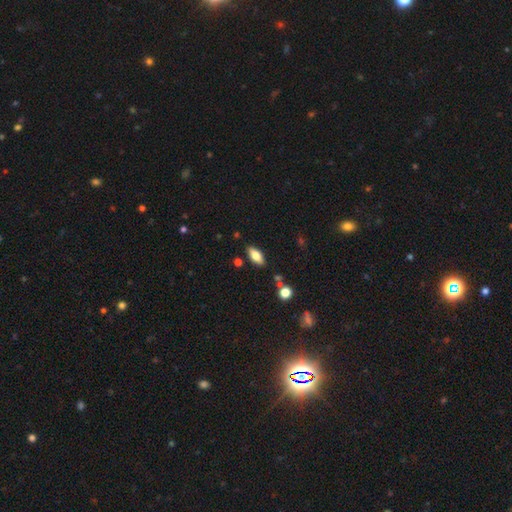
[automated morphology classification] smooth_or_featured: smooth (p=0.75) [alt: featured or disk p=0.17]
how_rounded: in between (p=0.85) [alt: cigar-shaped p=0.13]
merging: none (p=0.84) [alt: minor disturbance p=0.11]